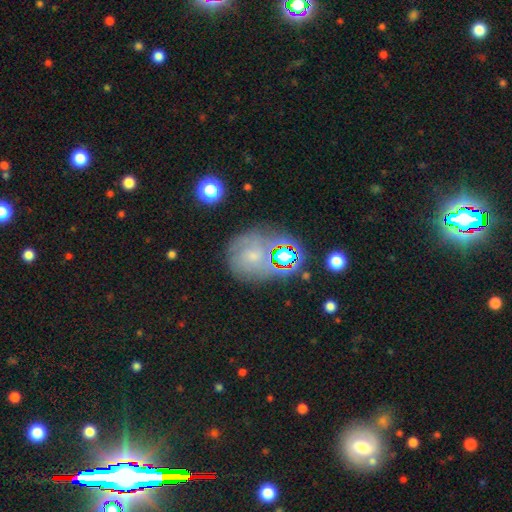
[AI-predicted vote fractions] A star or artifact, not a galaxy (36%).

Vote fractions:
- Smooth or featured? star or artifact: 36% / featured or disk: 33% / smooth: 30%